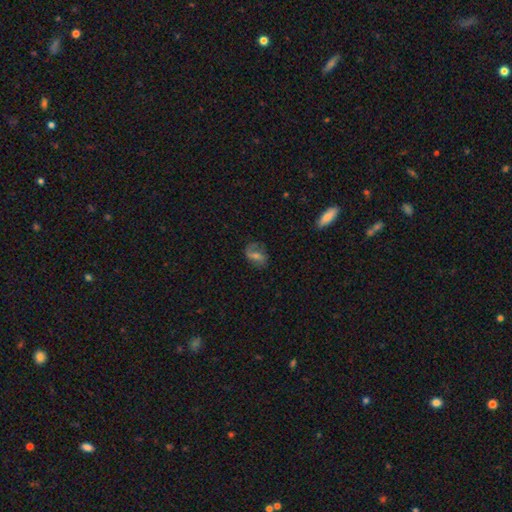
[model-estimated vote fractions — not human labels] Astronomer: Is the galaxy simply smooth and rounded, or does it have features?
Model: featured or disk — 51% (runner-up: smooth, 36%).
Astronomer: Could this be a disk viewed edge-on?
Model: no — 94%.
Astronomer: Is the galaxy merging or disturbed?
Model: none — 67%.